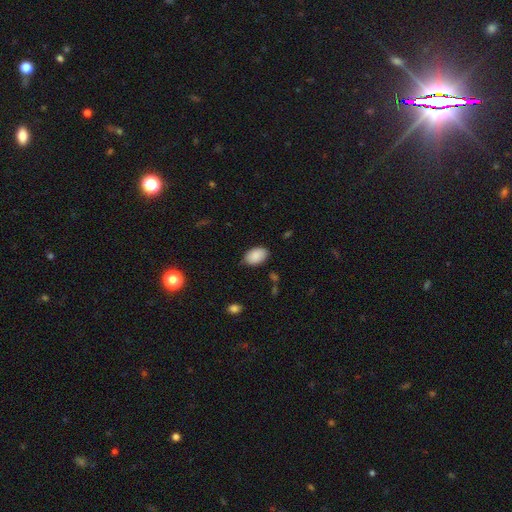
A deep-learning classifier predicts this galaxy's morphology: Overall: smooth (89%). How rounded: in between (90%). Merging: none (77%).